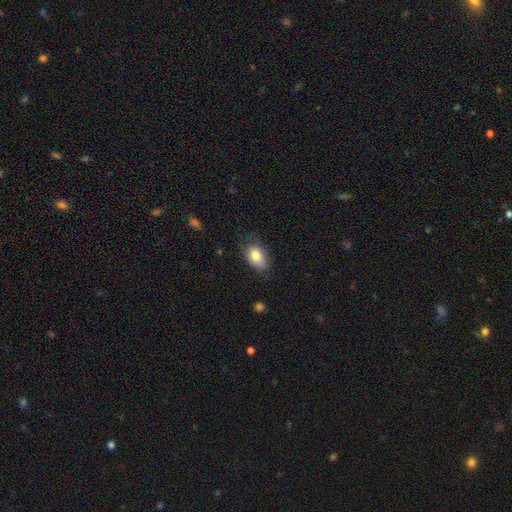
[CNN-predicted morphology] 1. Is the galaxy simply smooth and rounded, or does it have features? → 82% smooth, 11% featured or disk, 7% star or artifact.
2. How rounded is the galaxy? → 90% in between, 9% round, 2% cigar-shaped.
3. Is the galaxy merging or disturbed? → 66% none, 25% minor disturbance, 7% major disturbance, 1% merger.